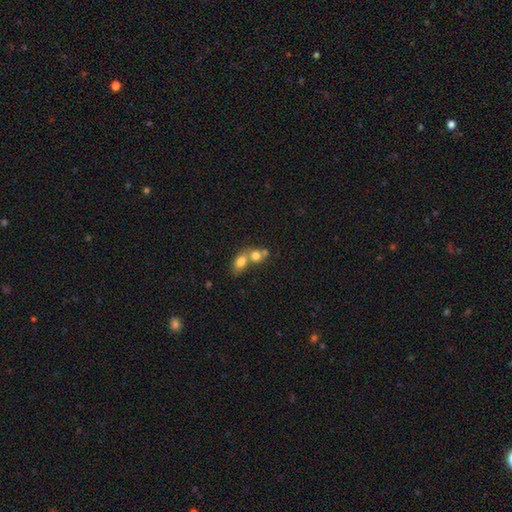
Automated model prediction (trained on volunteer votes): The model was most divided on "how rounded": round: 50%, in between: 48%, cigar-shaped: 2%. More confident: smooth or featured — smooth (76%); merging — merger (66%).